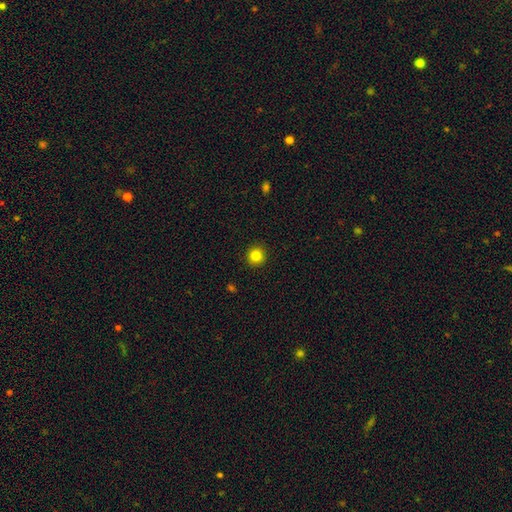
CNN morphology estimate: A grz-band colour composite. It shows a smooth galaxy with no disk features (84%) that is round (94%). Merging: none (92%).